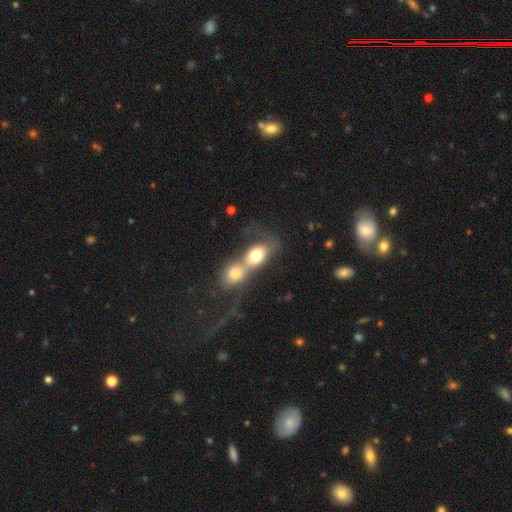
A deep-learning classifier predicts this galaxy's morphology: This is likely a smooth galaxy (69%). How rounded: likely in between (67%). Merging: clearly merger (81%).